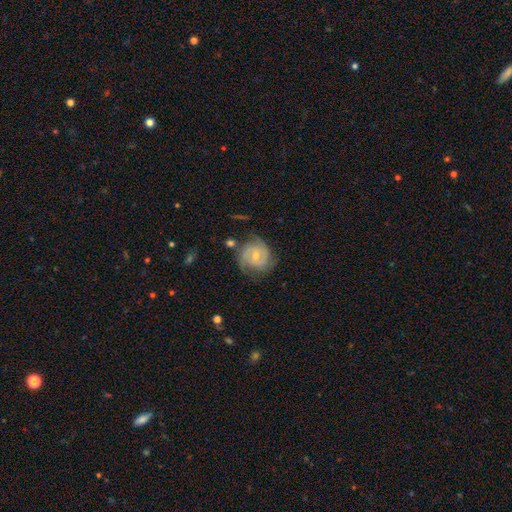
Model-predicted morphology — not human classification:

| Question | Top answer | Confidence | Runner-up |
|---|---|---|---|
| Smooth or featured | featured or disk | 70% | smooth (24%) |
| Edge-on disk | no | 97% | yes (3%) |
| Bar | no | 57% | weak (36%) |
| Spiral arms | yes | 88% | no (12%) |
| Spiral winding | tight | 50% | medium (37%) |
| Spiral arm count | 2 | 61% | can't tell (20%) |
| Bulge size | small | 51% | moderate (45%) |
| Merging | none | 62% | minor disturbance (23%) |